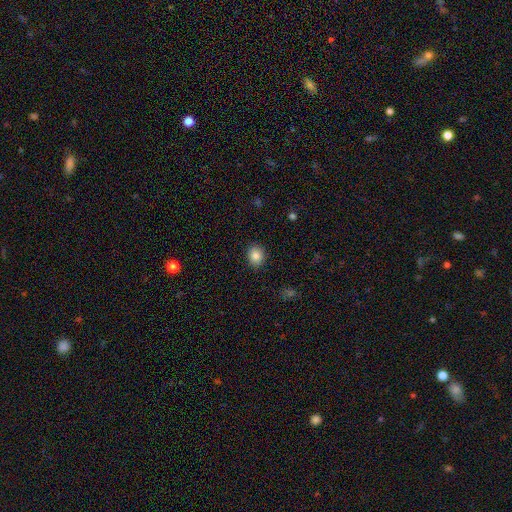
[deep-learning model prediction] Overall: smooth (86%). How rounded: round (64%; in between 35%). Merging: none (88%).